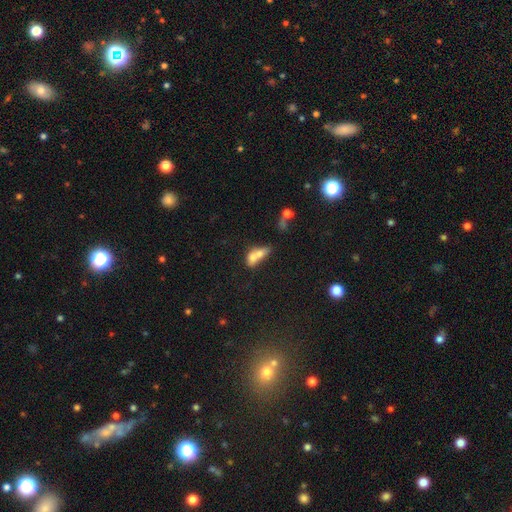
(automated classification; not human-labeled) The model was most divided on "smooth or featured": smooth: 64%, featured or disk: 25%, star or artifact: 11%. More confident: how rounded — in between (69%); merging — merger (68%).